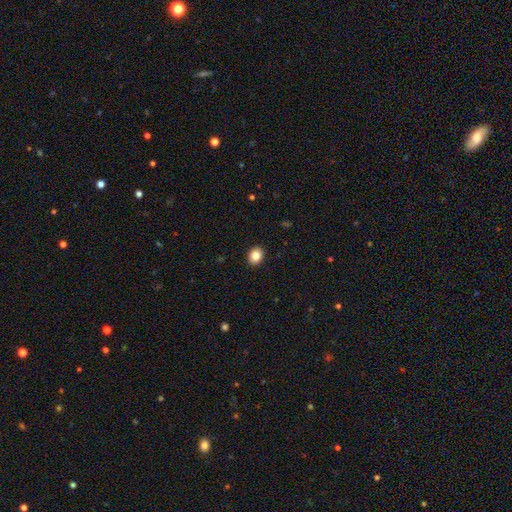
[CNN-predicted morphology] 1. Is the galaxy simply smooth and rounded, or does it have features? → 85% smooth, 10% star or artifact, 6% featured or disk.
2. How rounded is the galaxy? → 56% round, 44% in between, 1% cigar-shaped.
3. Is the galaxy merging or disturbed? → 92% none, 6% minor disturbance, 2% major disturbance, 1% merger.